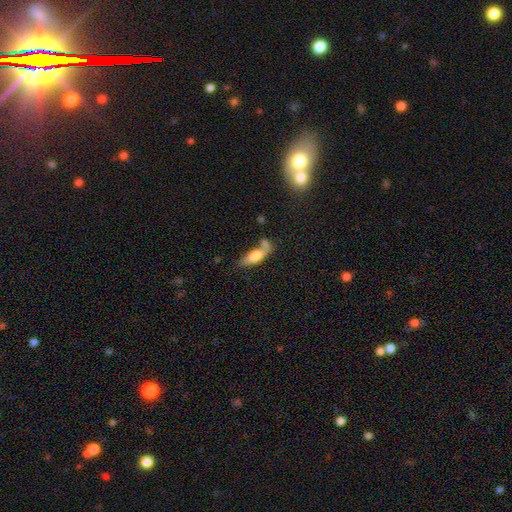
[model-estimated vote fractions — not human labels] Overall: smooth (66%). How rounded: in between (54%; cigar-shaped 44%). Merging: none (45%; merger 29%).